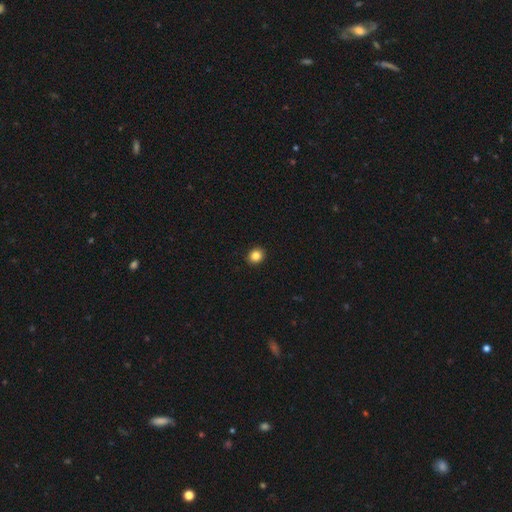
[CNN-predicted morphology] Overall: smooth (85%). How rounded: round (79%). Merging: none (93%).